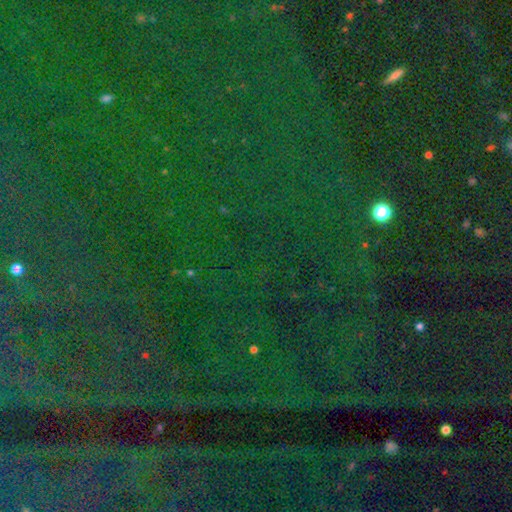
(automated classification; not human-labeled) smooth_or_featured: star or artifact (p=0.82) [alt: smooth p=0.11]